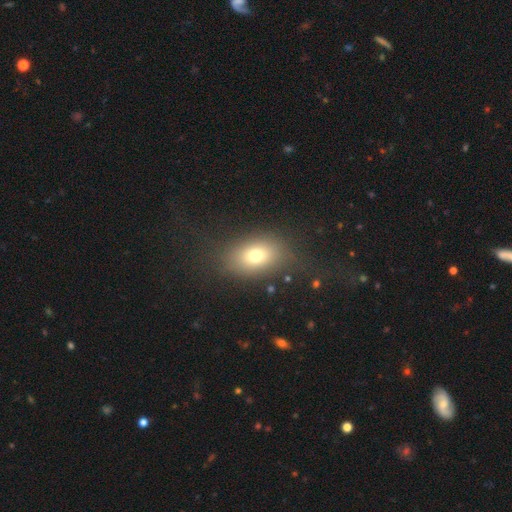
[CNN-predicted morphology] smooth-or-featured: smooth: 72% | featured or disk: 15% | star or artifact: 13%
  how-rounded: in between: 74% | round: 24% | cigar-shaped: 2%
  merging: none: 76% | minor disturbance: 13% | major disturbance: 9% | merger: 2%